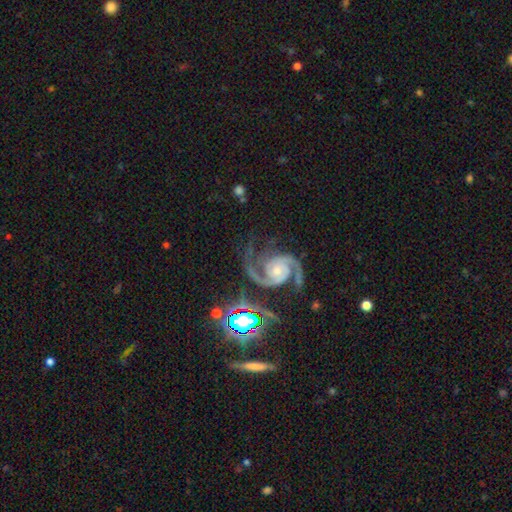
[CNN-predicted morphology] featured or disk 88%, star or artifact 9%, smooth 3%. Down the decision tree: edge-on disk — no (98%); bar — no (63%); spiral arms — yes (98%); spiral arm count — 2 (84%); spiral winding — medium (53%); bulge size — small (58%); merging — none (70%).